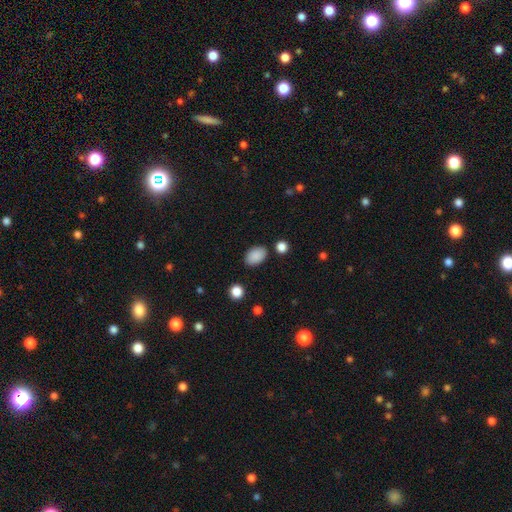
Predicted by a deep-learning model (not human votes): The model was most divided on "merging": none: 84%, minor disturbance: 10%, merger: 3%, major disturbance: 3%. More confident: how rounded — in between (89%); smooth or featured — smooth (88%).